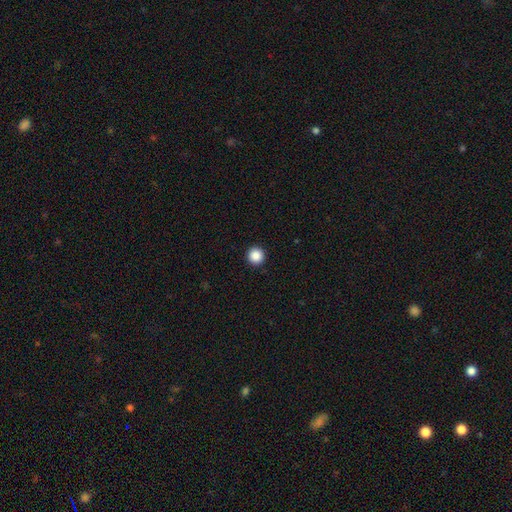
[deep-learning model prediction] Smooth or featured? smooth (87%)
How rounded? round (97%)
Merging? none (94%)